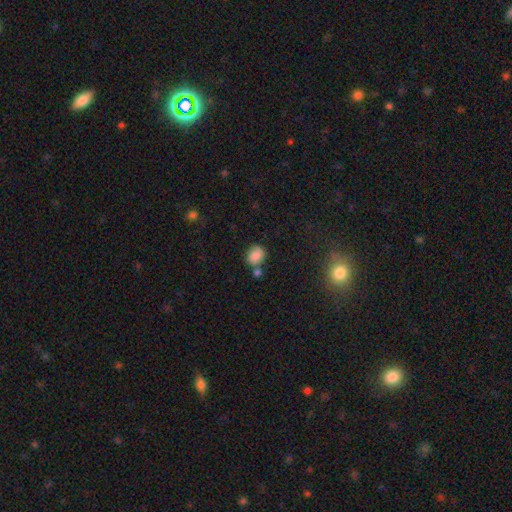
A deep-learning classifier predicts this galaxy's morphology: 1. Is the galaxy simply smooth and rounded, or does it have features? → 84% smooth, 10% star or artifact, 6% featured or disk.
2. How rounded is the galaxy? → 58% round, 41% in between, 1% cigar-shaped.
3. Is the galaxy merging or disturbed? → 60% none, 20% merger, 15% minor disturbance, 5% major disturbance.